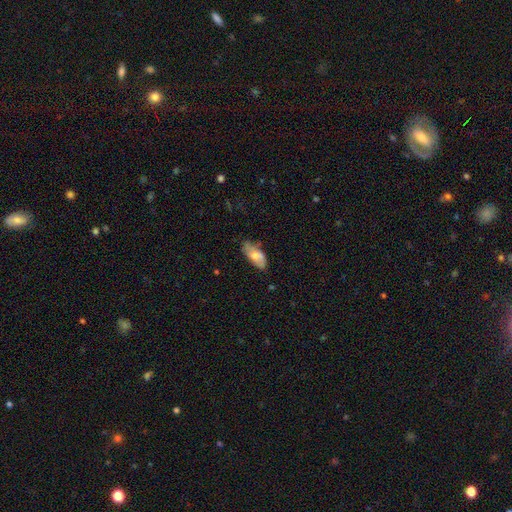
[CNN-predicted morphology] A smooth galaxy with no disk features (61%) that is in between round and cigar-shaped (89%). Merging: none (61%).